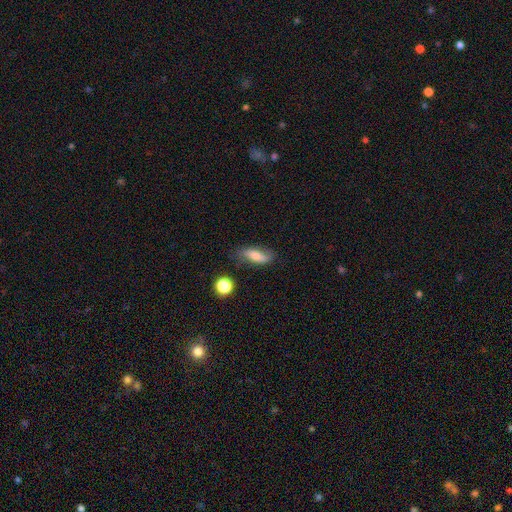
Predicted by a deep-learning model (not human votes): This appears to be a smooth galaxy with no disk features (62%) that is in between round and cigar-shaped (65%). Merging: none (70%).